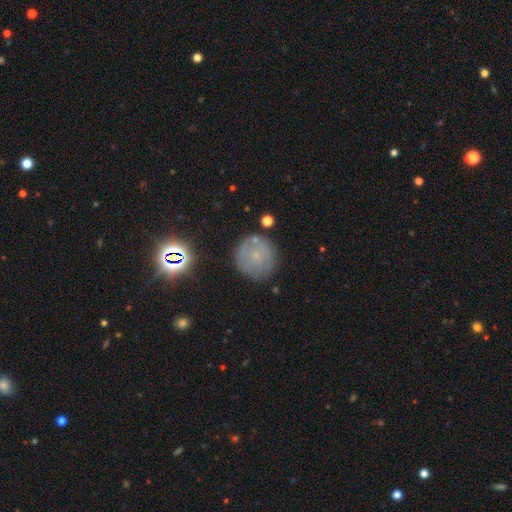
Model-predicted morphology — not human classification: Smooth or featured? smooth (51%)
How rounded? round (92%)
Merging? none (75%)